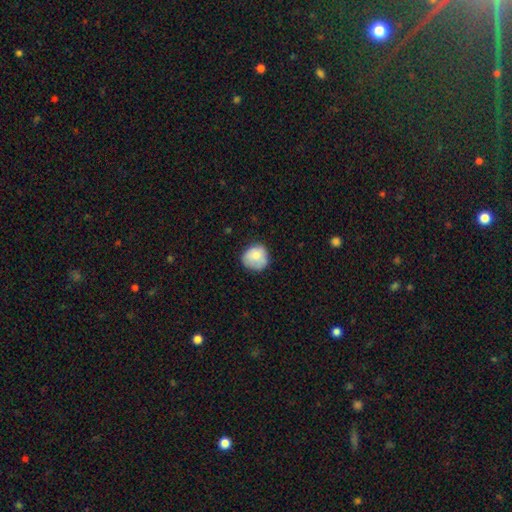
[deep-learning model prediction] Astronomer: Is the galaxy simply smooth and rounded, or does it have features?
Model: smooth — 76%.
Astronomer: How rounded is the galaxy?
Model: round — 82%.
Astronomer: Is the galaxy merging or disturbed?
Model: none — 65%.